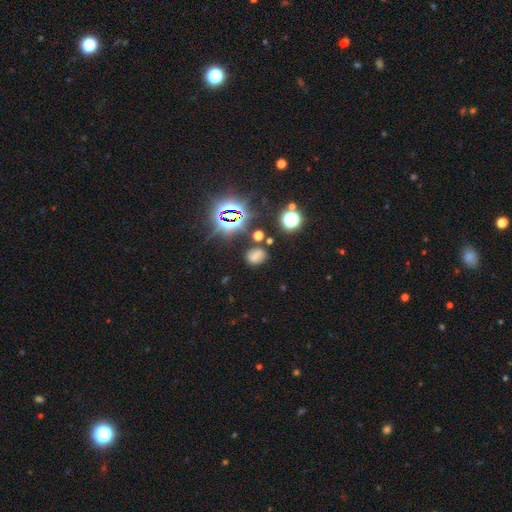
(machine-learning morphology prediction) Smooth or featured? Predicted: smooth (p=0.56). How rounded? Predicted: in between (p=0.59). Merging? Predicted: none (p=0.76).